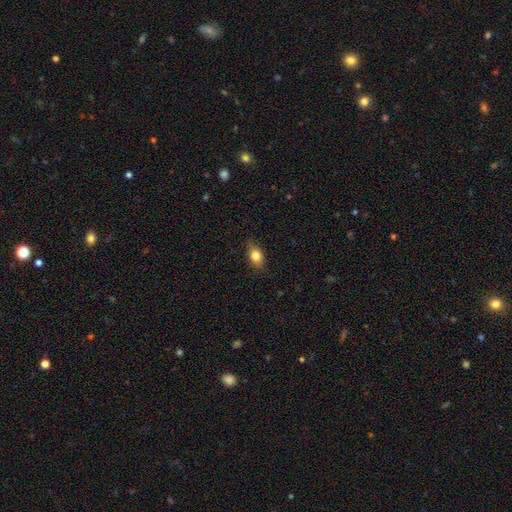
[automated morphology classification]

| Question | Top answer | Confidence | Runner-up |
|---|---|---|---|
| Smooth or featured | smooth | 79% | featured or disk (13%) |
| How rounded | in between | 82% | round (13%) |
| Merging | none | 84% | minor disturbance (13%) |